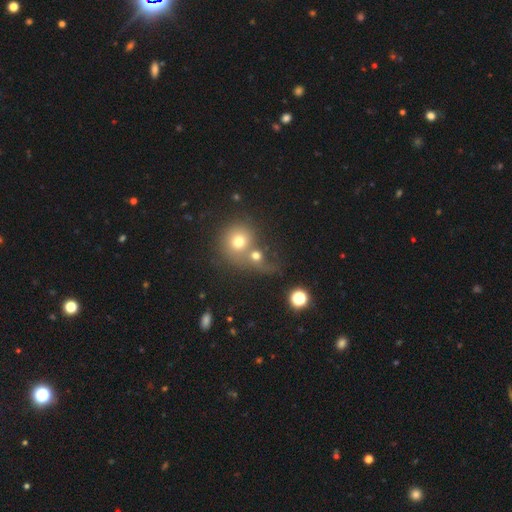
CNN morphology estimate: Smooth or featured: smooth — 64% (featured or disk — 19%)
How rounded: round — 77% (in between — 21%)
Merging: merger — 59% (none — 23%)